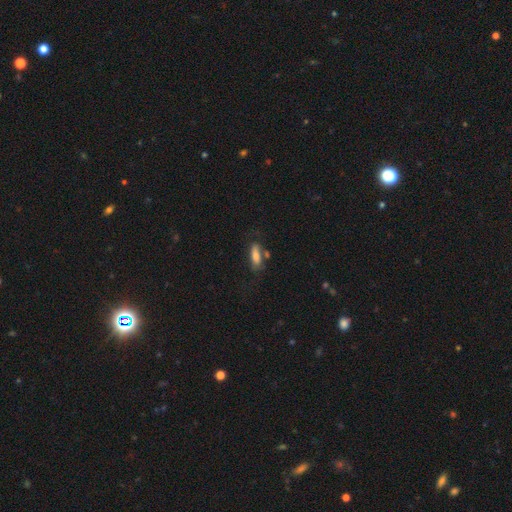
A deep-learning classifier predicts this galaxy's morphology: The model was most divided on "how rounded": in between: 58%, cigar-shaped: 39%, round: 3%. More confident: smooth or featured — smooth (74%); merging — none (62%).